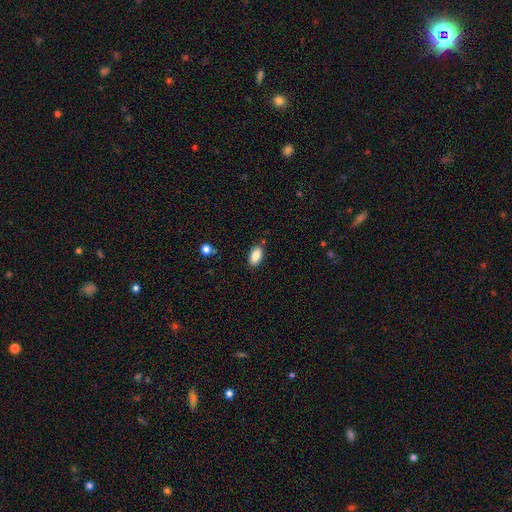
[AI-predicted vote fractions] Smooth or featured? Predicted: smooth (p=0.87). How rounded? Predicted: in between (p=0.92). Merging? Predicted: none (p=0.84).